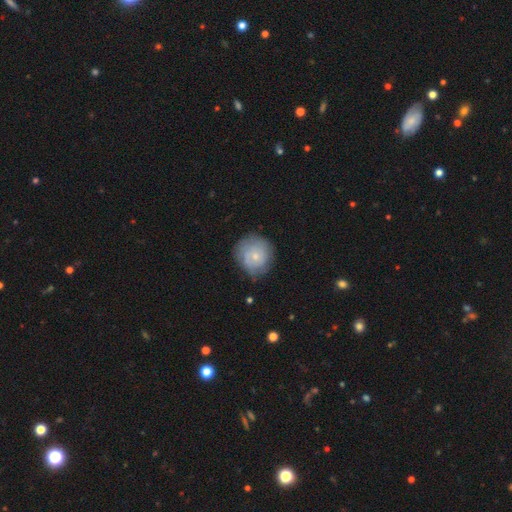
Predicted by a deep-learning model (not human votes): Morphology: type=smooth (53%); roundness=round (86%); merging=none (67%).